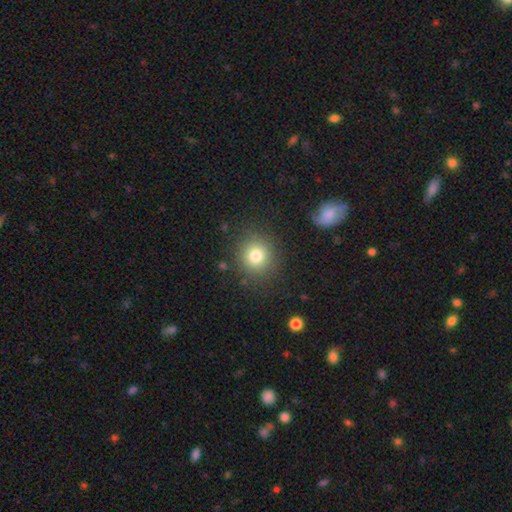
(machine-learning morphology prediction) This appears to be a smooth galaxy with no disk features (78%) that is round (89%). Merging: none (86%).